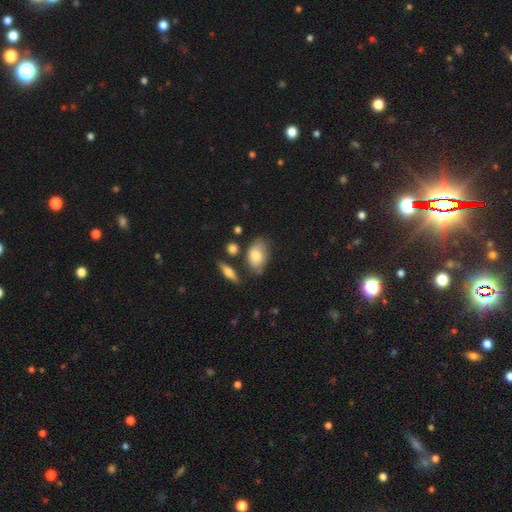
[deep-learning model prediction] Morphology: type=smooth (74%); roundness=in between (87%); merging=none (54%).